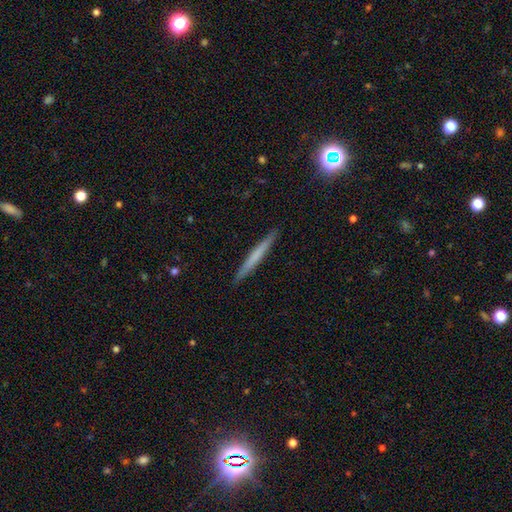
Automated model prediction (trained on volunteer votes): Smooth or featured? smooth (55%)
How rounded? cigar-shaped (97%)
Merging? none (92%)